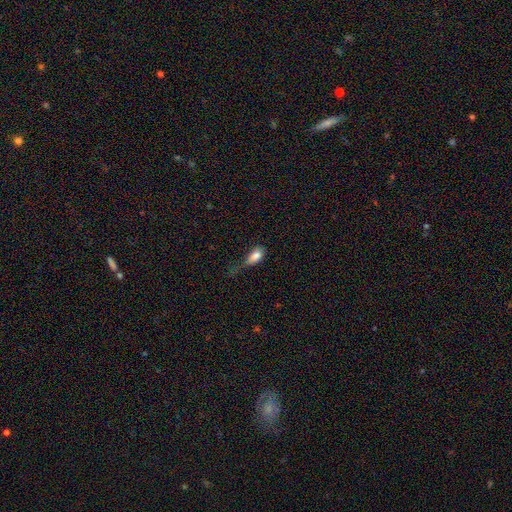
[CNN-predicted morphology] Smooth or featured: smooth — 81% (featured or disk — 10%)
How rounded: in between — 87% (cigar-shaped — 7%)
Merging: major disturbance — 38% (minor disturbance — 32%)